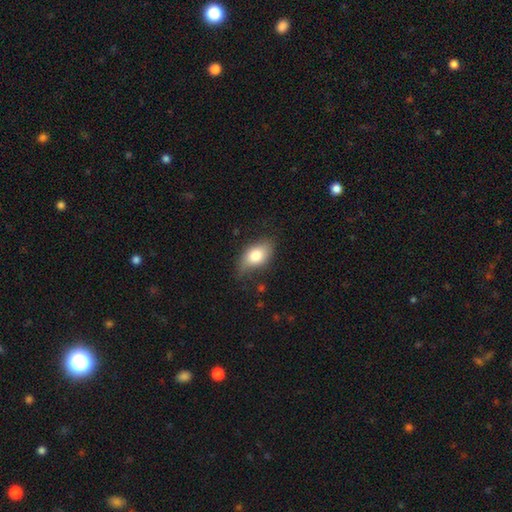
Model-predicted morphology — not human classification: smooth-or-featured: smooth: 77% | featured or disk: 16% | star or artifact: 7%
  how-rounded: in between: 89% | round: 8% | cigar-shaped: 3%
  merging: none: 67% | minor disturbance: 26% | major disturbance: 6% | merger: 2%